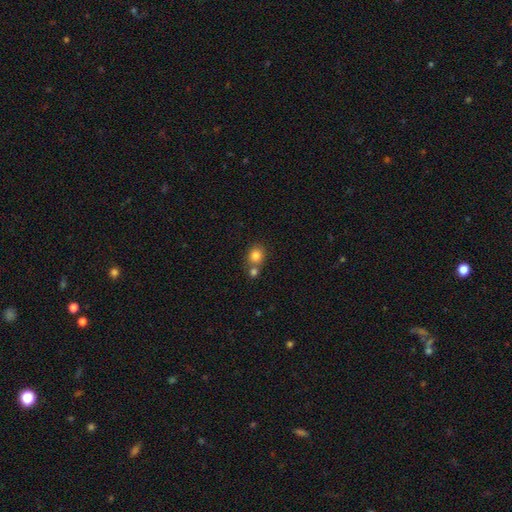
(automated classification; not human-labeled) Morphology: type=smooth (83%); roundness=round (79%); merging=none (56%).